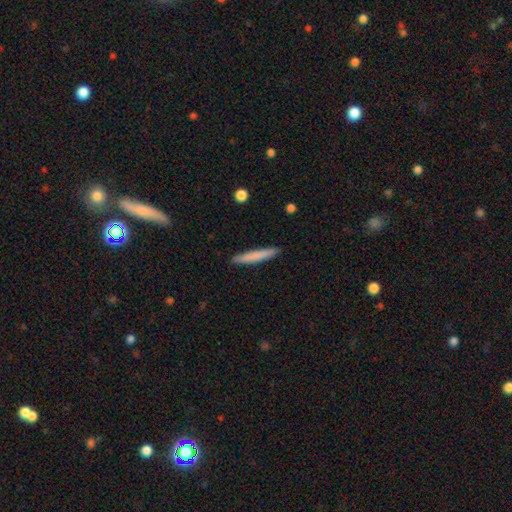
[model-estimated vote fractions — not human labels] Smooth or featured?
  - smooth: 76% *
  - featured or disk: 18%
  - star or artifact: 6%
How rounded?
  - cigar-shaped: 95% *
  - in between: 3%
  - round: 1%
Merging?
  - none: 91% *
  - minor disturbance: 6%
  - major disturbance: 1%
  - merger: 1%